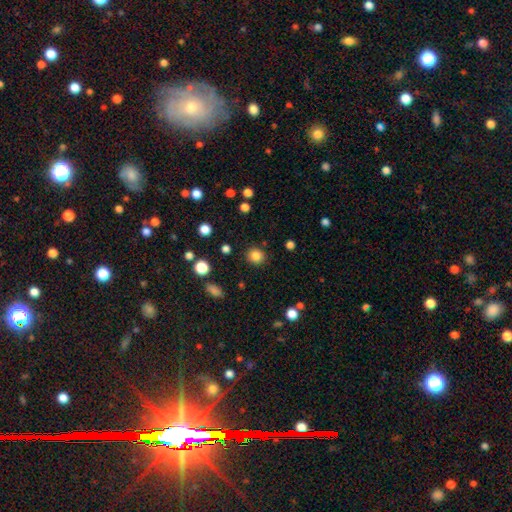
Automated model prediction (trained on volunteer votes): A smooth galaxy with no disk features (84%) that is round (88%).

Vote fractions:
- Smooth or featured? smooth: 84% / star or artifact: 12% / featured or disk: 5%
- How rounded? round: 88% / in between: 11% / cigar-shaped: 1%
- Merging? none: 88% / minor disturbance: 7% / major disturbance: 3% / merger: 2%